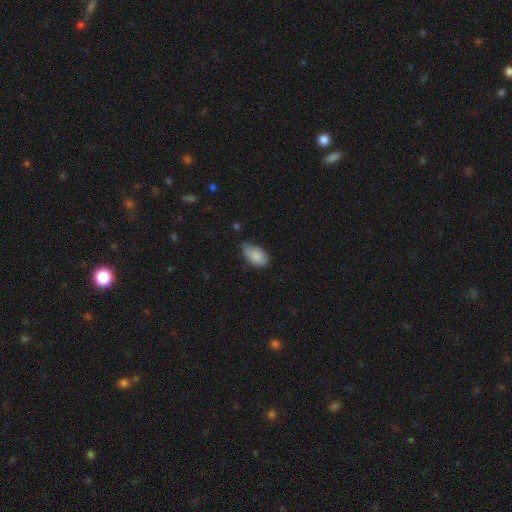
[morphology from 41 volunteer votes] Smooth or featured?
  - smooth: 83% *
  - featured or disk: 10%
  - star or artifact: 7%
How rounded?
  - in between: 85% *
  - round: 12%
  - cigar-shaped: 3%
Merging?
  - minor disturbance: 55% *
  - none: 42%
  - merger: 3%
  - major disturbance: 0%